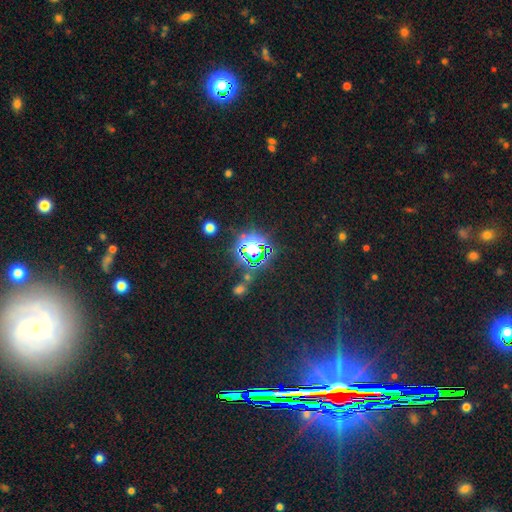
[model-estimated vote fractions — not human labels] smooth_or_featured: star or artifact (p=0.69) [alt: featured or disk p=0.19]